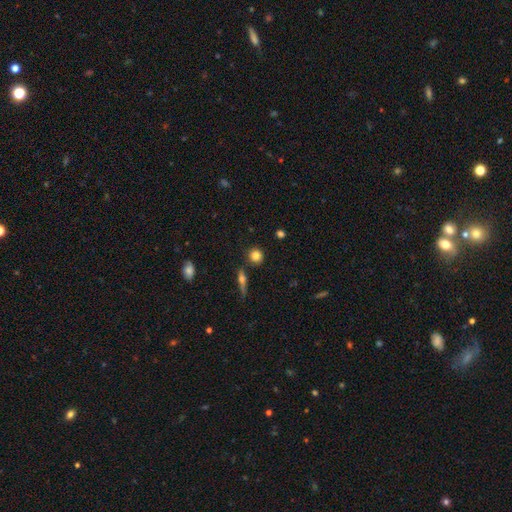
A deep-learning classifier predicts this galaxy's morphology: Smooth or featured? smooth (82%)
How rounded? round (89%)
Merging? none (84%)